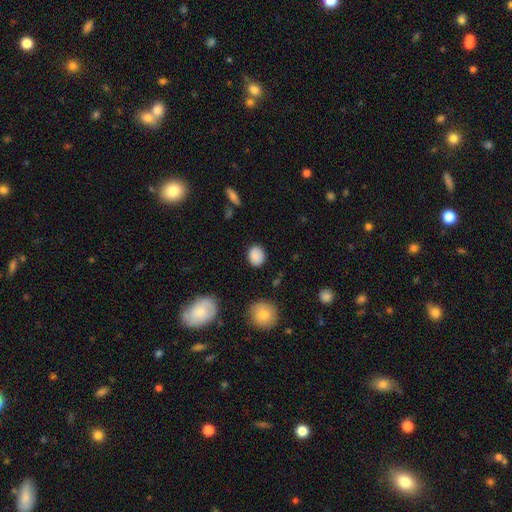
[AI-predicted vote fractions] This appears to be a smooth galaxy with no disk features (87%) that is round (60%). Merging: none (86%).